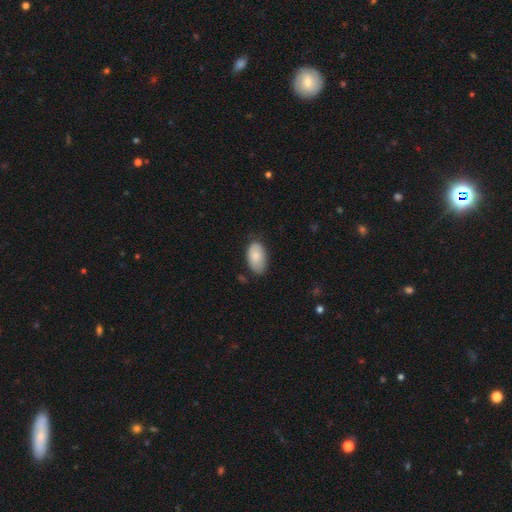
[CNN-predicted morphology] This appears to be a smooth galaxy with no disk features (85%) that is in between round and cigar-shaped (95%). Merging: none (71%).